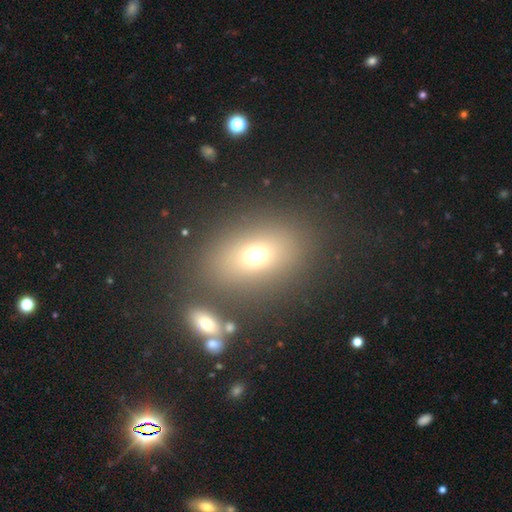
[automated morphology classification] Smooth or featured: smooth — 68% (star or artifact — 18%)
How rounded: in between — 64% (round — 34%)
Merging: none — 74% (merger — 11%)